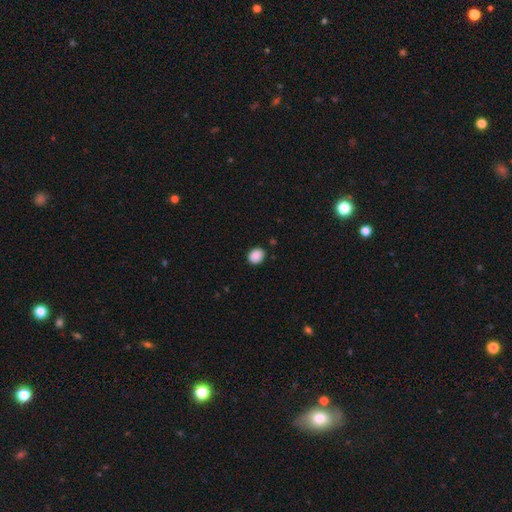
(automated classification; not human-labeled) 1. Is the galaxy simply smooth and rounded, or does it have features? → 89% smooth, 8% star or artifact, 3% featured or disk.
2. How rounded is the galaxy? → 58% round, 41% in between, 1% cigar-shaped.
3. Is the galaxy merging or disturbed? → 88% none, 9% minor disturbance, 2% major disturbance, 1% merger.